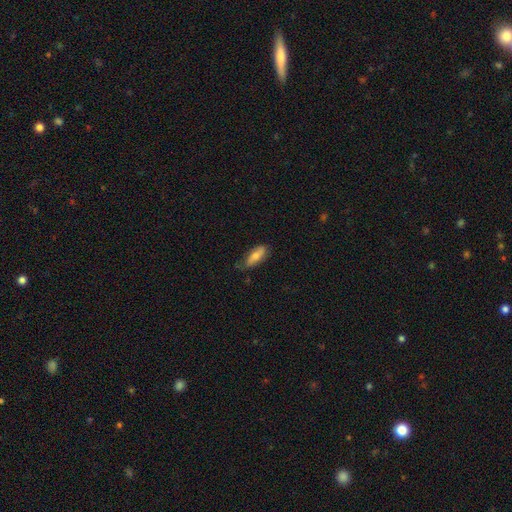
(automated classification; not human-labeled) Smooth or featured: smooth — 67% (featured or disk — 26%)
How rounded: in between — 72% (cigar-shaped — 26%)
Merging: none — 69% (minor disturbance — 25%)